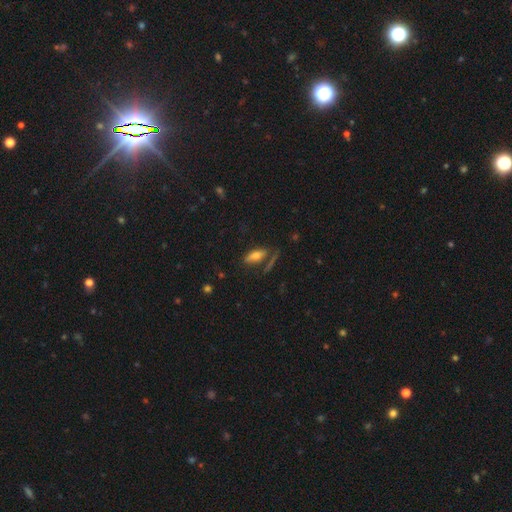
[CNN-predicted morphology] Smooth or featured?
  - smooth: 70% *
  - featured or disk: 21%
  - star or artifact: 9%
How rounded?
  - in between: 70% *
  - cigar-shaped: 27%
  - round: 3%
Merging?
  - none: 67% *
  - minor disturbance: 17%
  - merger: 9%
  - major disturbance: 7%